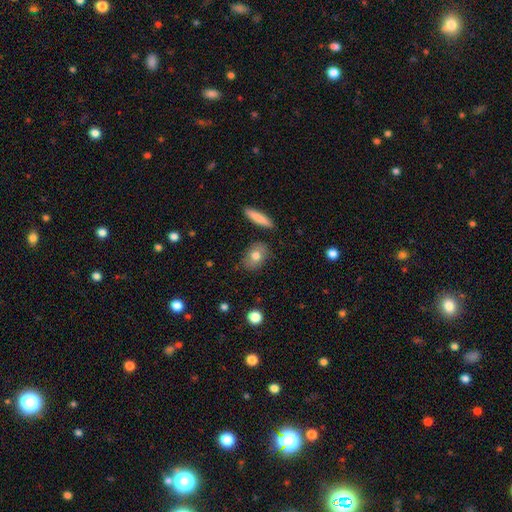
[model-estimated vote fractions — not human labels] Smooth or featured: smooth — 75% (featured or disk — 17%)
How rounded: in between — 72% (round — 23%)
Merging: none — 82% (minor disturbance — 12%)